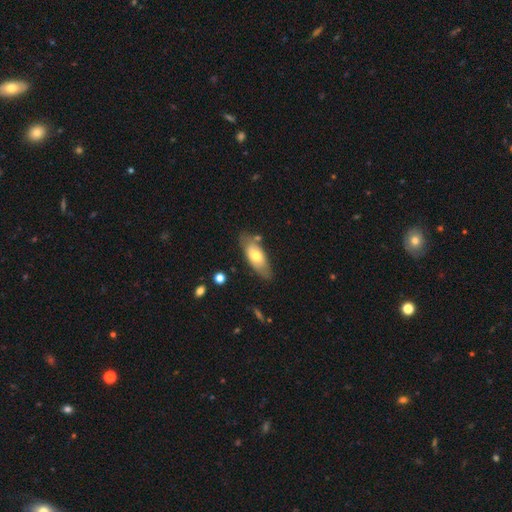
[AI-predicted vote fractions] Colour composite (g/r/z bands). It shows a smooth galaxy with no disk features (60%) that is in between round and cigar-shaped (79%). Merging: none (74%).